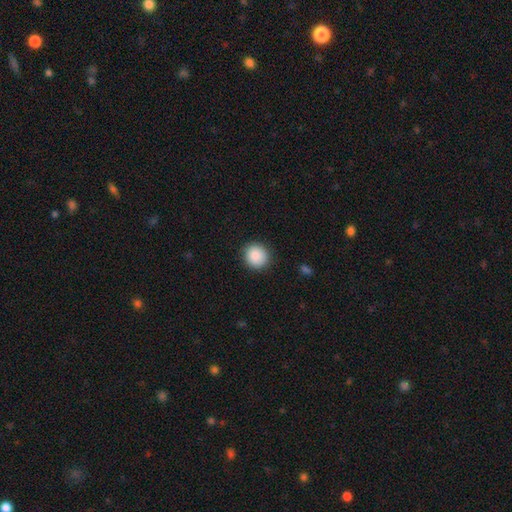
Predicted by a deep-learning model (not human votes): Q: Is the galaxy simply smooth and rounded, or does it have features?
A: smooth — 87%.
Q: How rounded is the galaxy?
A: round — 91%.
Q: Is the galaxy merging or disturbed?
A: none — 90%.